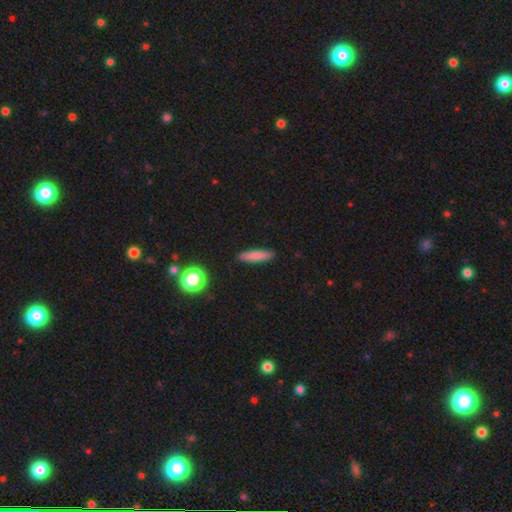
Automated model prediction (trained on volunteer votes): Smooth or featured? Predicted: smooth (p=0.81). How rounded? Predicted: cigar-shaped (p=0.78). Merging? Predicted: none (p=0.89).